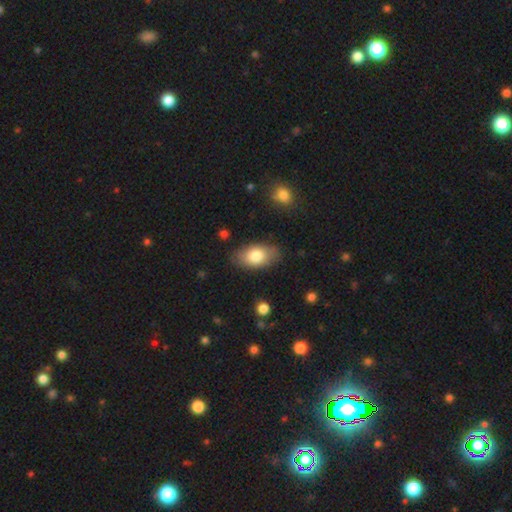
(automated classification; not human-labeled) smooth 79%, featured or disk 15%, star or artifact 6%. Down the decision tree: how rounded — in between (92%); merging — none (82%).